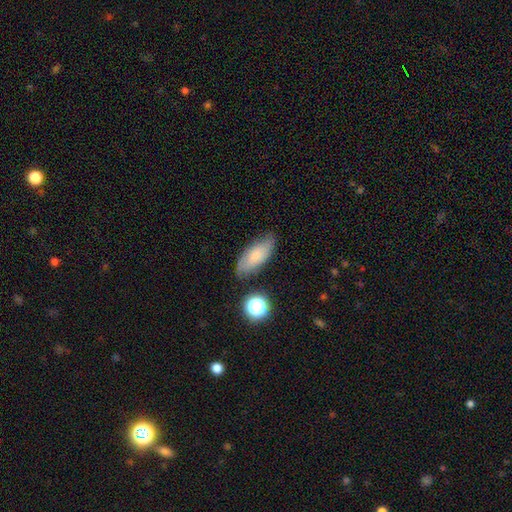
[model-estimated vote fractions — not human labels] Overall: smooth (68%). How rounded: in between (82%). Merging: none (73%).